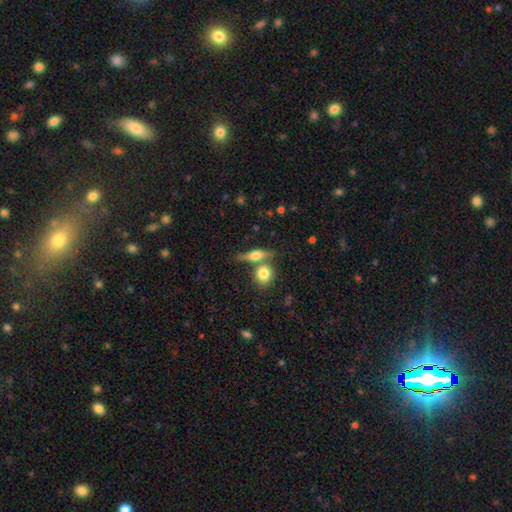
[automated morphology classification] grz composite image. It shows a featured or disk galaxy (53%) viewed edge-on (92%). Merging: none (63%).